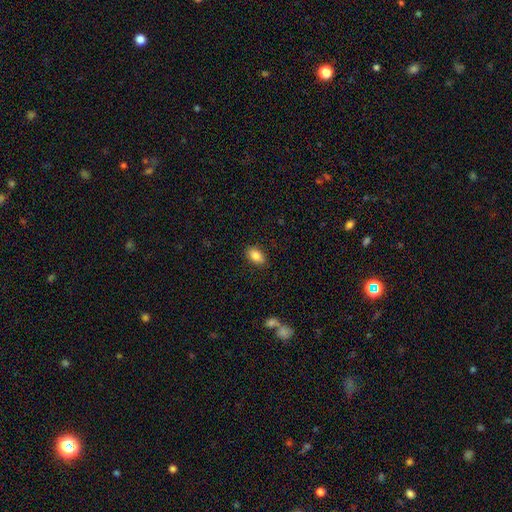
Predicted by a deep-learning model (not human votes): Smooth or featured: smooth — 86% (star or artifact — 8%)
How rounded: in between — 90% (round — 8%)
Merging: none — 88% (minor disturbance — 9%)